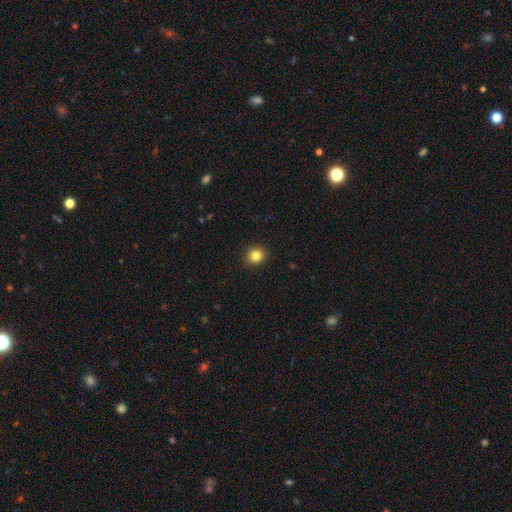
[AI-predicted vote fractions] smooth-or-featured: smooth: 83% | star or artifact: 11% | featured or disk: 5%
  how-rounded: round: 87% | in between: 12% | cigar-shaped: 1%
  merging: none: 92% | minor disturbance: 5% | major disturbance: 2% | merger: 1%